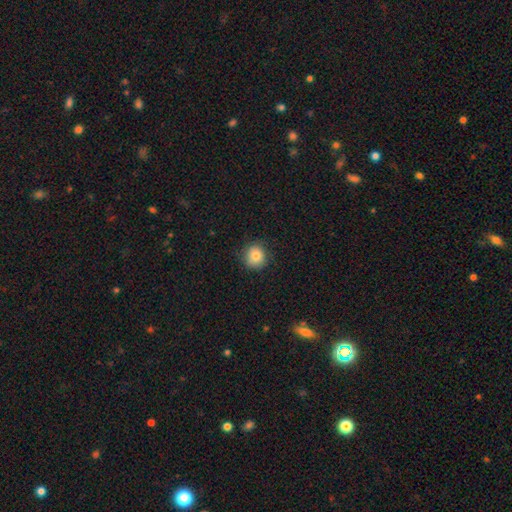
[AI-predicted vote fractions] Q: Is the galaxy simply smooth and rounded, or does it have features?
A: smooth — 81%.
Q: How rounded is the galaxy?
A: round — 89%.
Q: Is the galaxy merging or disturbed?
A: none — 84%.